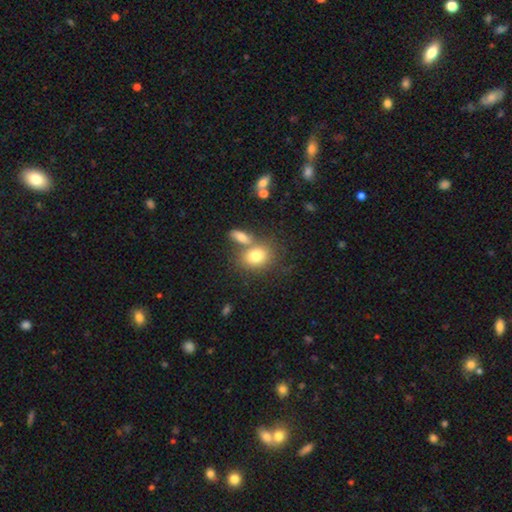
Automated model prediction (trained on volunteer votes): A smooth galaxy with no disk features (77%) that is in between round and cigar-shaped (61%). Merging: none (50%).